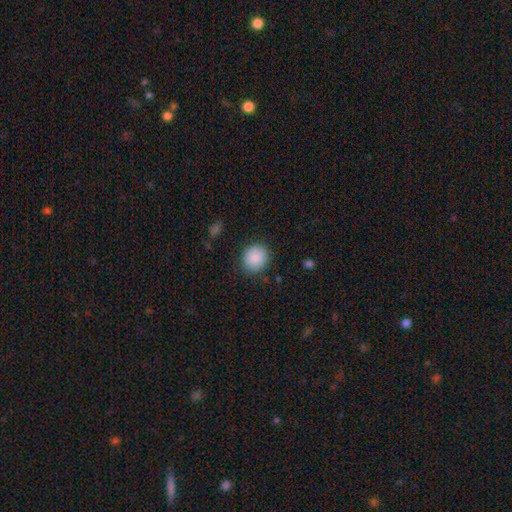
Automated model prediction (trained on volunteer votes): smooth 89%, star or artifact 7%, featured or disk 4%. Down the decision tree: how rounded — round (79%); merging — none (86%).